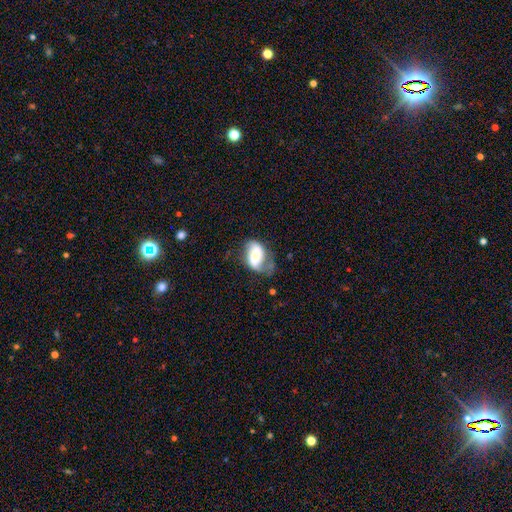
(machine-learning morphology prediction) This is likely a featured or disk galaxy (61%). It is clearly not viewed edge-on (96%). Bar: possibly no (46%). Spiral arm pattern: clearly yes (84%). Central bulge: marginally moderate (44%). Merging: marginally none (44%).